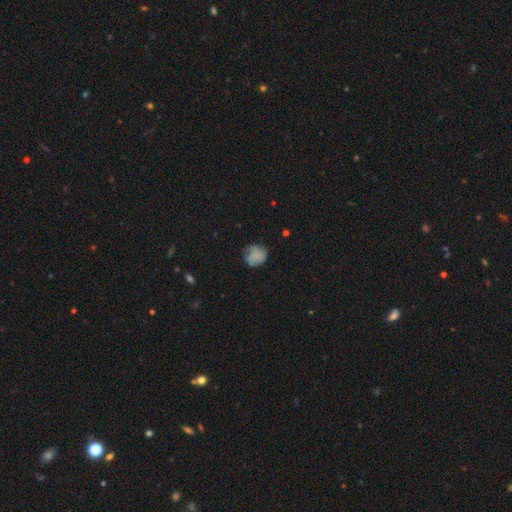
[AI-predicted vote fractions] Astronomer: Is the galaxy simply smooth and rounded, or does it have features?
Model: smooth — 70%.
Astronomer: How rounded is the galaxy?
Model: round — 76%.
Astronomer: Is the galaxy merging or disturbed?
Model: none — 61%.